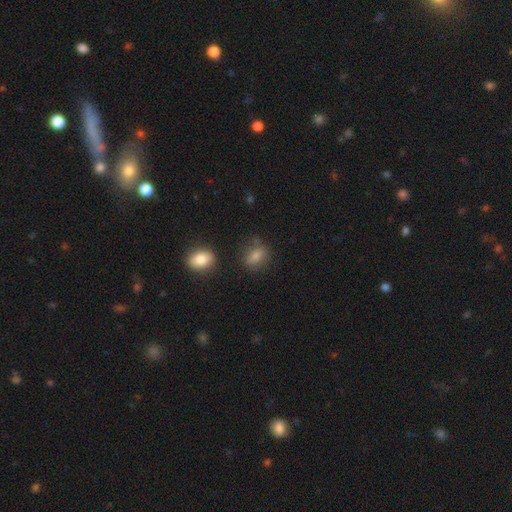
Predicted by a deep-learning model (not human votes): This appears to be a smooth galaxy with no disk features (80%) that is in between round and cigar-shaped (65%). Merging: none (71%).